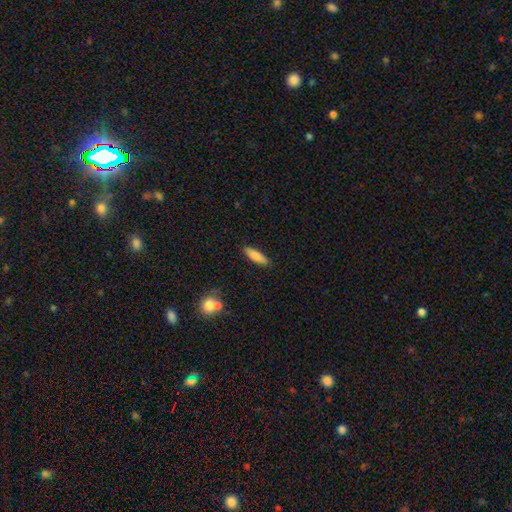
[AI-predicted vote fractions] smooth-or-featured: smooth: 85% | featured or disk: 8% | star or artifact: 6%
  how-rounded: in between: 51% | cigar-shaped: 47% | round: 2%
  merging: none: 86% | minor disturbance: 11% | major disturbance: 2% | merger: 2%